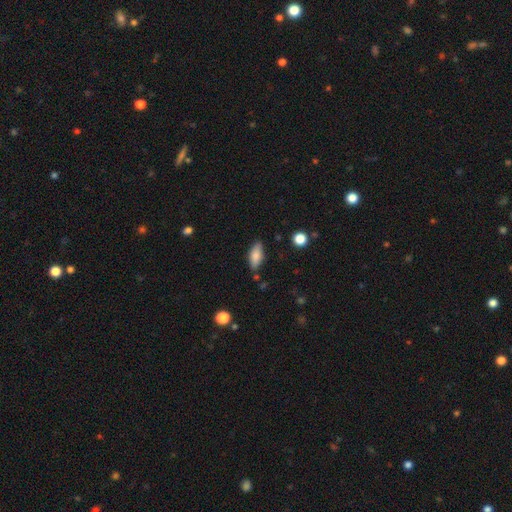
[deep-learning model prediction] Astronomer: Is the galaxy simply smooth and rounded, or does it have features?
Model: smooth — 80%.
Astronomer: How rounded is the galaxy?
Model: in between — 79%.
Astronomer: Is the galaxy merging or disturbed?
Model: none — 81%.